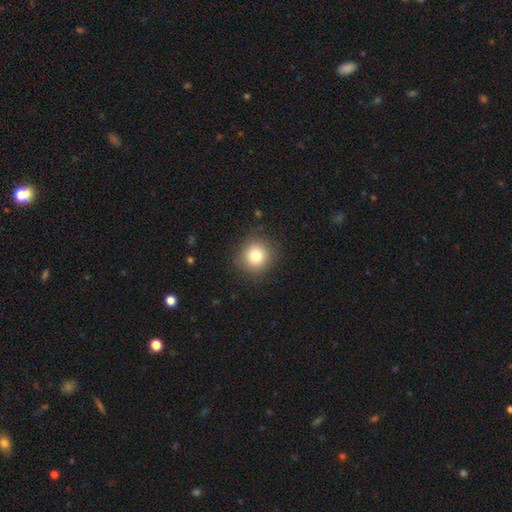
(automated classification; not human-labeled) A smooth galaxy with no disk features (80%) that is round (92%).

Vote fractions:
- Smooth or featured? smooth: 80% / star or artifact: 12% / featured or disk: 8%
- How rounded? round: 92% / in between: 7% / cigar-shaped: 1%
- Merging? none: 88% / minor disturbance: 8% / major disturbance: 3% / merger: 1%